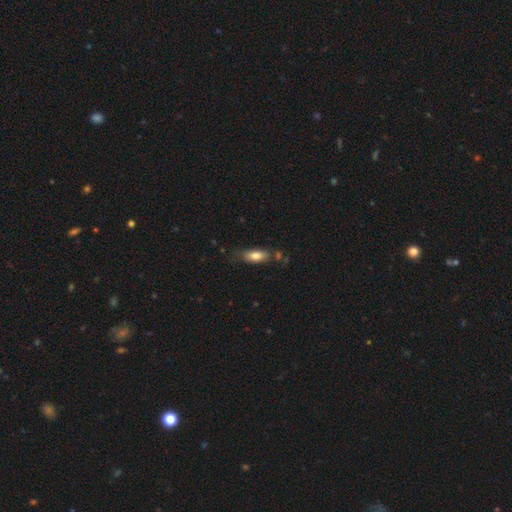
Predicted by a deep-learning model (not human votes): smooth-or-featured: smooth: 78% | featured or disk: 15% | star or artifact: 7%
  how-rounded: in between: 73% | cigar-shaped: 24% | round: 2%
  merging: none: 63% | minor disturbance: 23% | major disturbance: 7% | merger: 7%